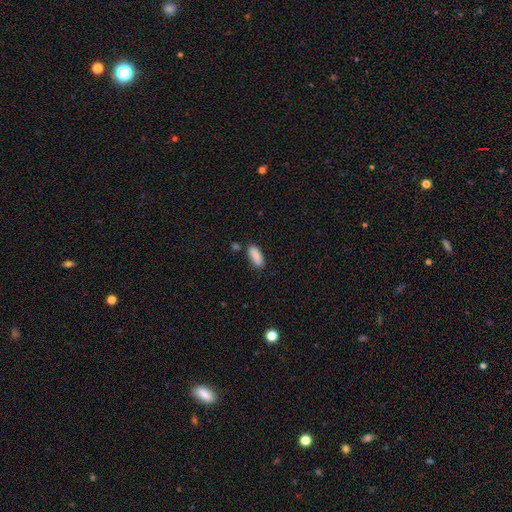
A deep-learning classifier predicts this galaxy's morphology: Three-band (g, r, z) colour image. It shows a smooth galaxy with no disk features (88%) that is in between round and cigar-shaped (73%). Merging: none (79%).